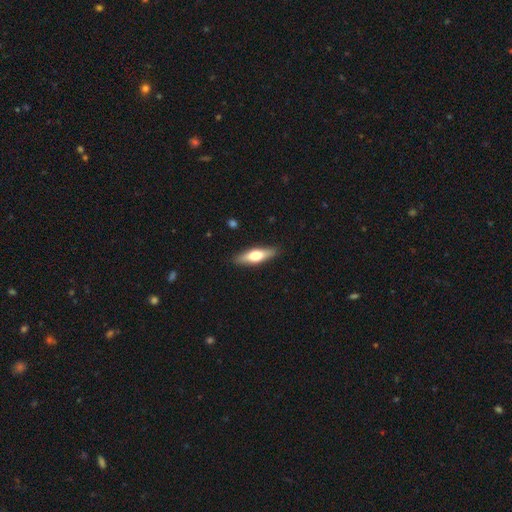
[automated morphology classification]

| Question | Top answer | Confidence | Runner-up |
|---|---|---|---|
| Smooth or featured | smooth | 53% | featured or disk (42%) |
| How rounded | cigar-shaped | 55% | in between (42%) |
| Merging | none | 89% | minor disturbance (8%) |